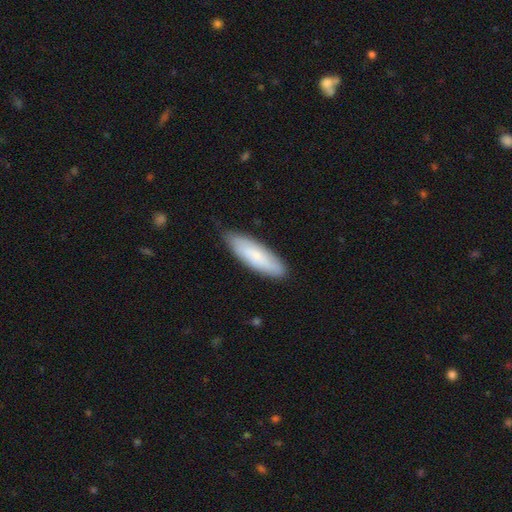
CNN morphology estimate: Smooth or featured? smooth (71%)
How rounded? cigar-shaped (52%)
Merging? none (79%)